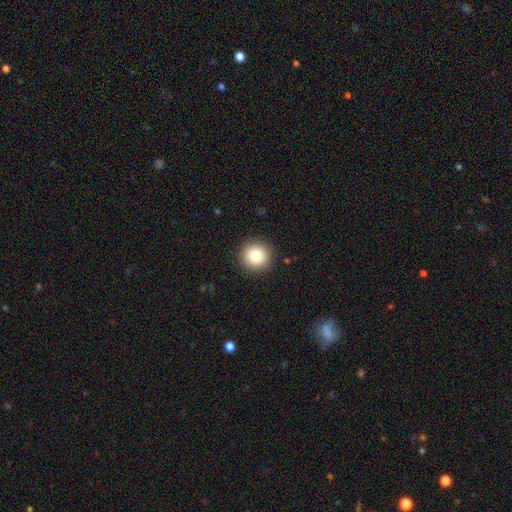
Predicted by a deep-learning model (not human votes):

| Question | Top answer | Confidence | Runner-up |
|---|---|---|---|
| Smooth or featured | smooth | 81% | star or artifact (10%) |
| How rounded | round | 92% | in between (7%) |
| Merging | none | 92% | minor disturbance (6%) |